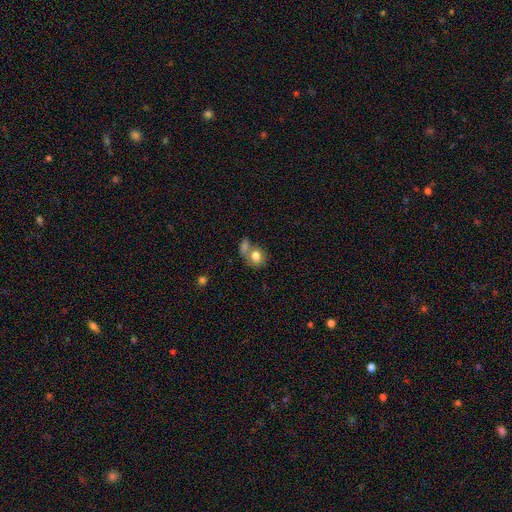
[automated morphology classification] Smooth or featured? smooth (77%)
How rounded? round (59%)
Merging? merger (48%)